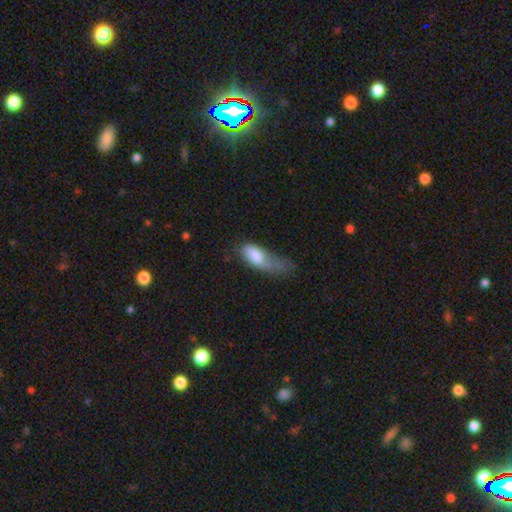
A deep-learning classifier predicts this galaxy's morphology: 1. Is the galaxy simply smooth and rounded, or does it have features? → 75% smooth, 18% featured or disk, 7% star or artifact.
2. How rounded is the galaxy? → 81% in between, 16% cigar-shaped, 3% round.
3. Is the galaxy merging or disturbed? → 49% major disturbance, 30% minor disturbance, 16% none, 4% merger.